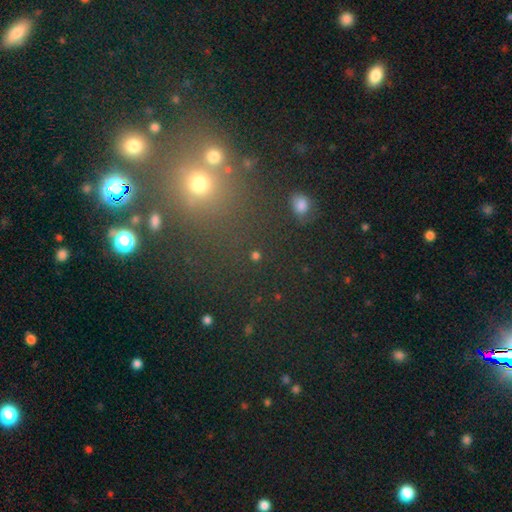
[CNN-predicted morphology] This is possibly a star or artifact rather than a galaxy (46%).